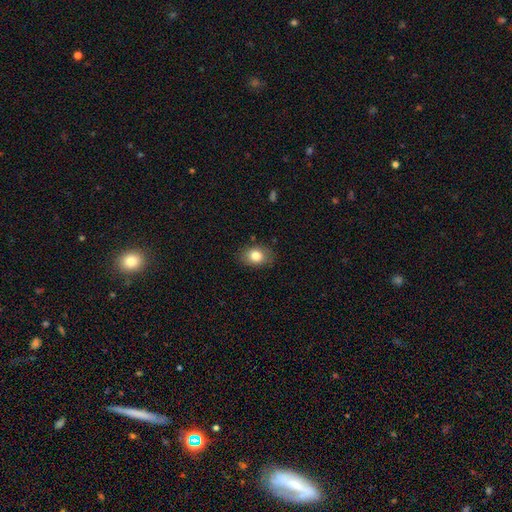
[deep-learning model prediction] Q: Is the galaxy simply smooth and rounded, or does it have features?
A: smooth — 82%.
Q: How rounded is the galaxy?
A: in between — 70%.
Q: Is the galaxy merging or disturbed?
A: none — 81%.